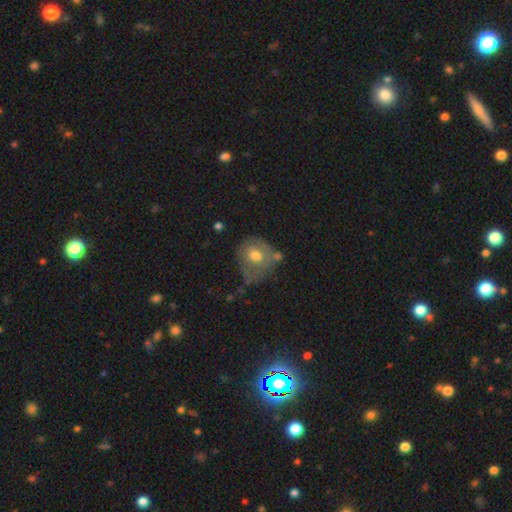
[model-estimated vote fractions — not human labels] A smooth galaxy with no disk features (59%) that is round (78%). Merging: none (48%).